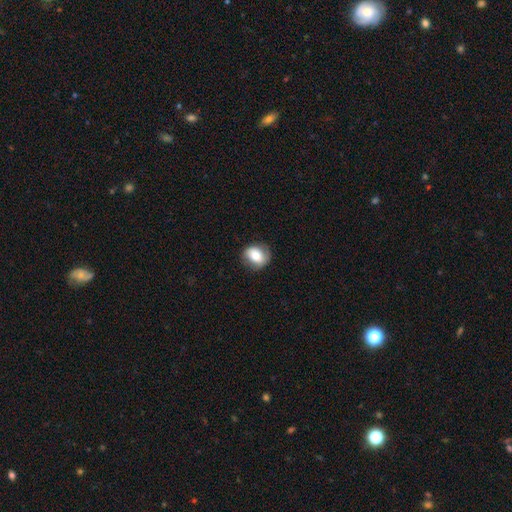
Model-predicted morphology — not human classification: Smooth or featured? smooth (68%)
How rounded? round (59%)
Merging? none (77%)